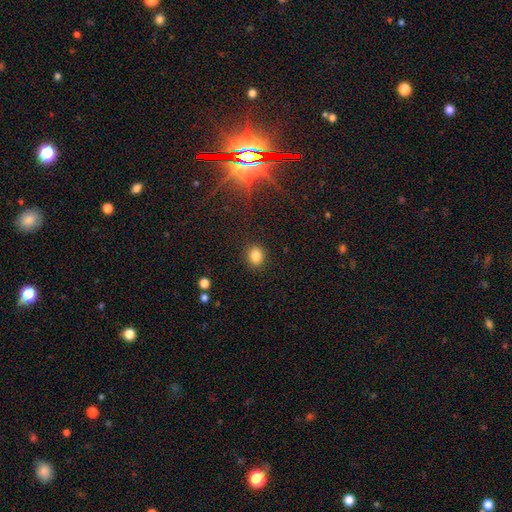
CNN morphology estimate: smooth_or_featured: smooth (p=0.84) [alt: star or artifact p=0.11]
how_rounded: round (p=0.68) [alt: in between p=0.31]
merging: none (p=0.89) [alt: minor disturbance p=0.07]